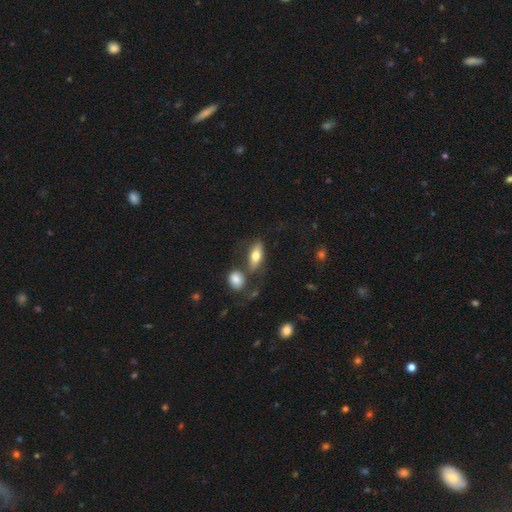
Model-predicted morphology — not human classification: A smooth galaxy with no disk features (70%) that is in between round and cigar-shaped (74%). Merging: none (62%).